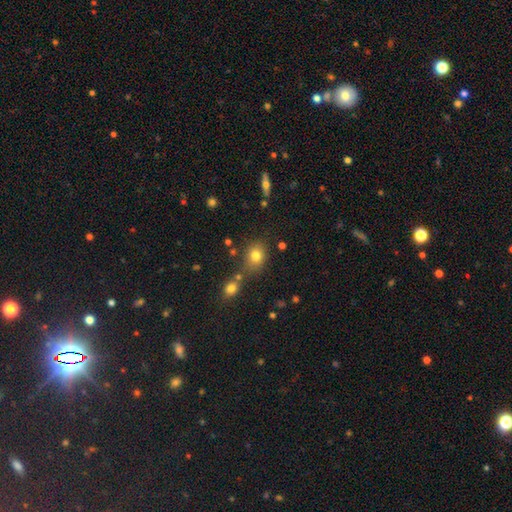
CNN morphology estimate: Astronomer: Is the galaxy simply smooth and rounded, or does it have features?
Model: smooth — 77%.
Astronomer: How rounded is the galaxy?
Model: round — 50% (runner-up: in between, 49%).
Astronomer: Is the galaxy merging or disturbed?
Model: none — 64%.